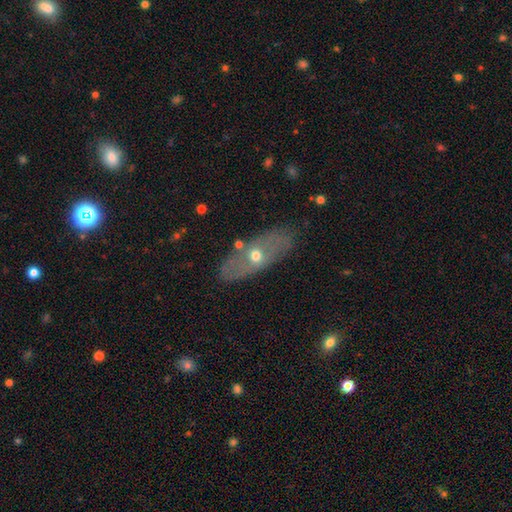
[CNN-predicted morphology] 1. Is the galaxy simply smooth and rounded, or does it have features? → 50% featured or disk, 43% smooth, 7% star or artifact.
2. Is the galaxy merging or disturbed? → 76% none, 15% minor disturbance, 5% major disturbance, 4% merger.